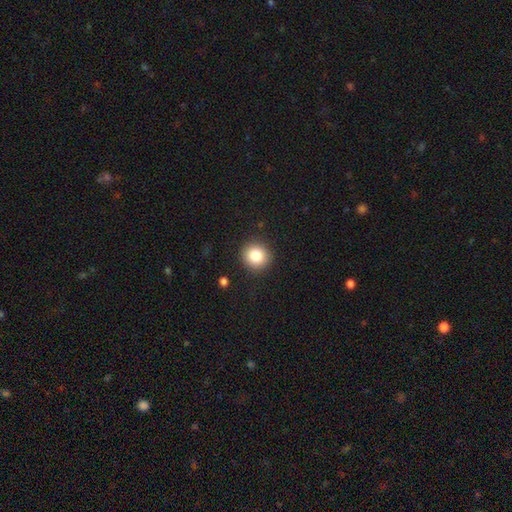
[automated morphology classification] smooth-or-featured: smooth: 83% | star or artifact: 10% | featured or disk: 7%
  how-rounded: round: 93% | in between: 7% | cigar-shaped: 1%
  merging: none: 91% | minor disturbance: 6% | major disturbance: 2% | merger: 1%